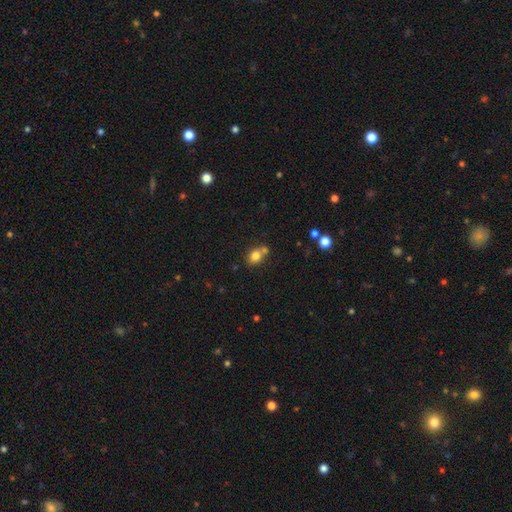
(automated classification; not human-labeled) A smooth galaxy with no disk features (80%) that is in between round and cigar-shaped (50%).

Vote fractions:
- Smooth or featured? smooth: 80% / star or artifact: 11% / featured or disk: 9%
- How rounded? in between: 50% / round: 48% / cigar-shaped: 1%
- Merging? none: 54% / merger: 31% / minor disturbance: 11% / major disturbance: 4%